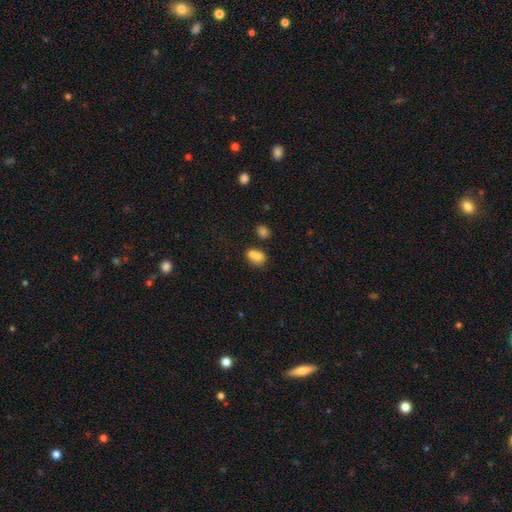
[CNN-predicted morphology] The model was most divided on "how rounded": in between: 50%, round: 49%, cigar-shaped: 1%. More confident: smooth or featured — smooth (74%); merging — merger (55%).